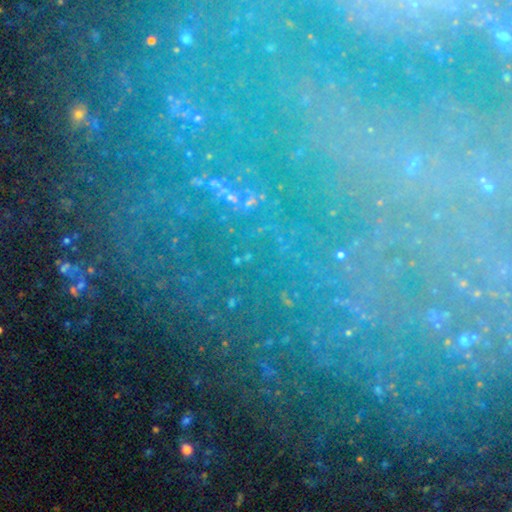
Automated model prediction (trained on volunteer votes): A star or artifact, not a galaxy (74%).

Vote fractions:
- Smooth or featured? star or artifact: 74% / featured or disk: 16% / smooth: 10%